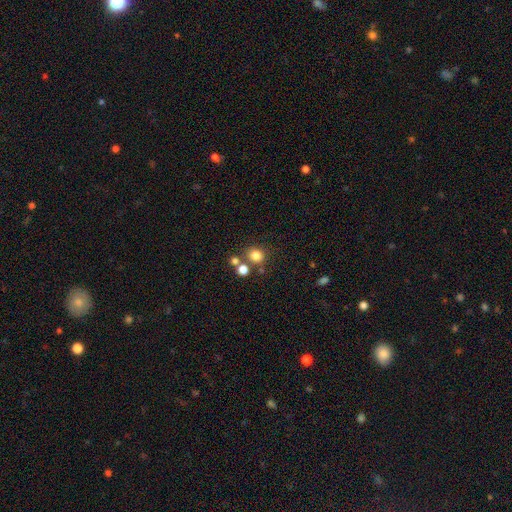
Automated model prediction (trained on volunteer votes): smooth 79%, star or artifact 14%, featured or disk 7%. Down the decision tree: how rounded — round (80%); merging — none (69%).